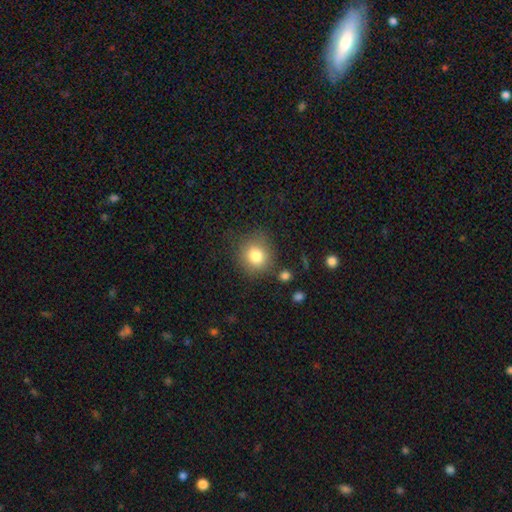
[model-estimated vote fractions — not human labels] smooth_or_featured: smooth (p=0.81) [alt: star or artifact p=0.11]
how_rounded: round (p=0.86) [alt: in between p=0.13]
merging: none (p=0.79) [alt: minor disturbance p=0.13]